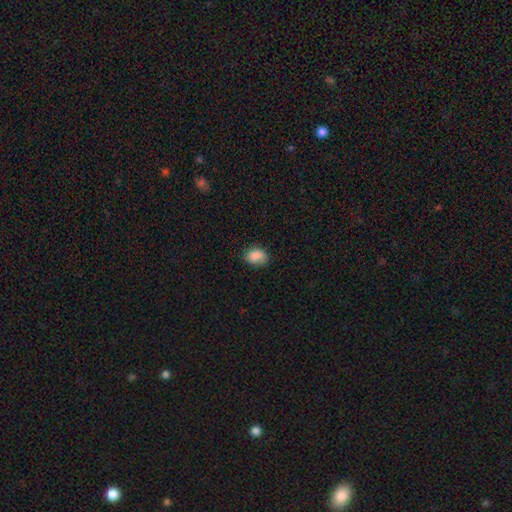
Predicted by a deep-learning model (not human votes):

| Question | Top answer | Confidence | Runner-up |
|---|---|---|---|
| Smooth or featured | smooth | 87% | star or artifact (8%) |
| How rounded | in between | 72% | round (27%) |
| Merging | none | 74% | minor disturbance (20%) |